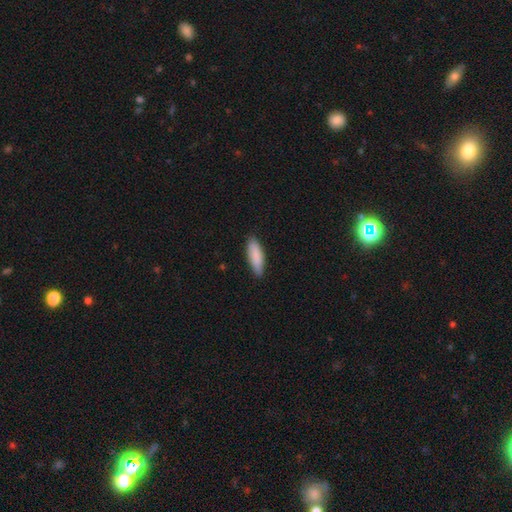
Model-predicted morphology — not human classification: Q: Smooth or featured?
A: smooth (87%); runner-up: featured or disk (7%)
Q: How rounded?
A: in between (55%); runner-up: cigar-shaped (43%)
Q: Merging?
A: none (86%); runner-up: minor disturbance (11%)